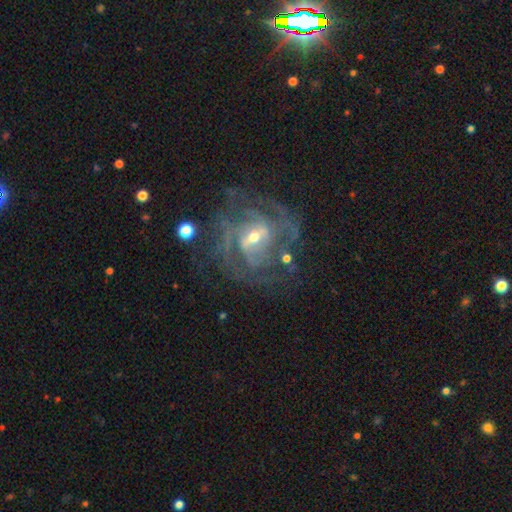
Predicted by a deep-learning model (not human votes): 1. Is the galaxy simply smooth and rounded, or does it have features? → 83% featured or disk, 10% star or artifact, 7% smooth.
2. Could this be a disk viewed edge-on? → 96% no, 4% yes.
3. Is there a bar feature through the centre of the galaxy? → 45% weak, 31% no, 24% strong.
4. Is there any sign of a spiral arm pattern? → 90% yes, 10% no.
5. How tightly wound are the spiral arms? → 54% tight, 36% medium, 10% loose.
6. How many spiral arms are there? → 35% can't tell, 24% 2, 18% 3, 11% 4, 6% more than 4, 6% 1.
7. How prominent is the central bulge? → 57% small, 38% moderate, 2% large, 2% none, 1% dominant.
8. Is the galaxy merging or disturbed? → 69% none, 15% minor disturbance, 13% major disturbance, 3% merger.